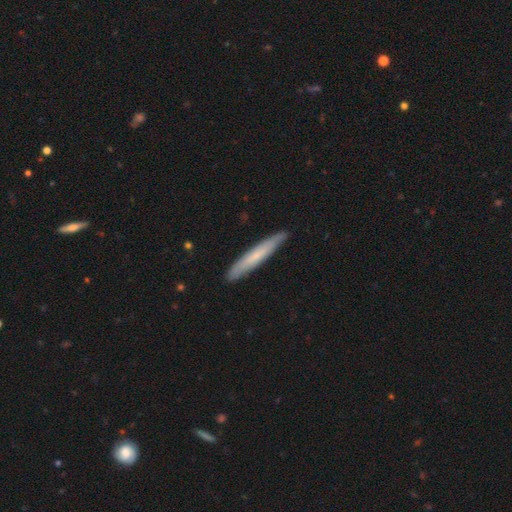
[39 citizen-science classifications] Volunteers were most divided on "smooth or featured": smooth: 67%, featured or disk: 26%, star or artifact: 8%. More confident: how rounded — cigar-shaped (100%); merging — none (94%).